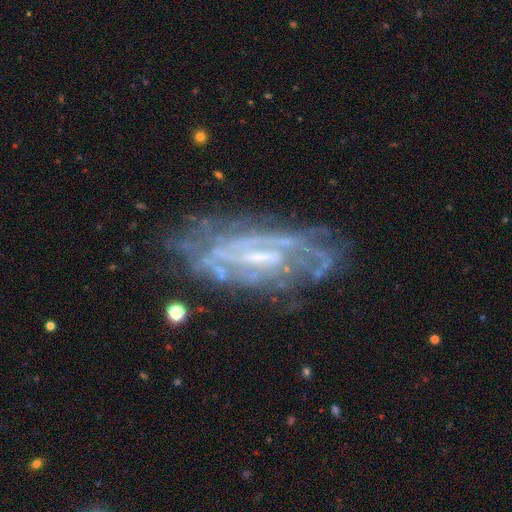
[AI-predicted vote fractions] Q: Smooth or featured?
A: featured or disk (82%); runner-up: smooth (9%)
Q: Edge-on disk?
A: no (85%); runner-up: yes (15%)
Q: Bar?
A: weak (41%); runner-up: strong (33%)
Q: Spiral arms?
A: yes (81%); runner-up: no (19%)
Q: Spiral winding?
A: tight (60%); runner-up: medium (31%)
Q: Spiral arm count?
A: can't tell (55%); runner-up: 2 (19%)
Q: Bulge size?
A: small (40%); runner-up: moderate (29%)
Q: Merging?
A: none (65%); runner-up: minor disturbance (20%)